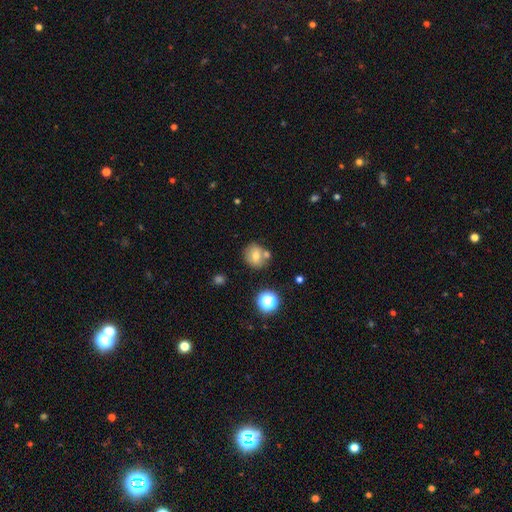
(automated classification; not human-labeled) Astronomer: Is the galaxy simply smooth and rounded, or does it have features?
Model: smooth — 68%.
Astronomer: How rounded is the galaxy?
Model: round — 82%.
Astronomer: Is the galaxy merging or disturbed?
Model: none — 62%.